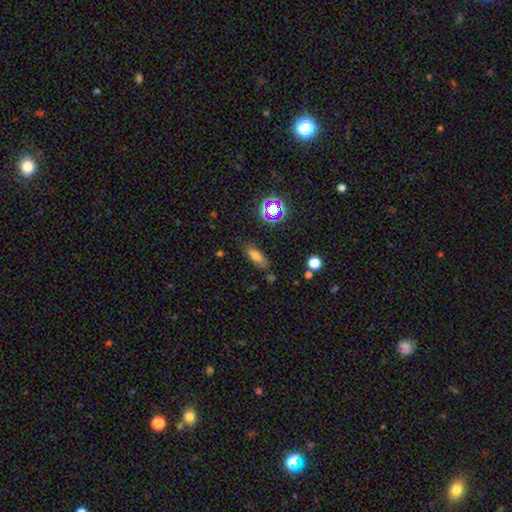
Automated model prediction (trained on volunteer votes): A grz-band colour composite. It shows a smooth galaxy with no disk features (68%) that is in between round and cigar-shaped (63%). Merging: none (74%).